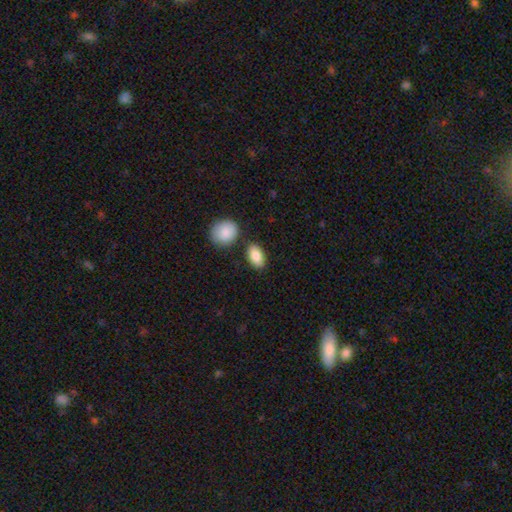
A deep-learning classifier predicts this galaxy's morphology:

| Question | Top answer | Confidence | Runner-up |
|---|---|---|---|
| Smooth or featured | smooth | 86% | featured or disk (8%) |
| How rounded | in between | 91% | round (6%) |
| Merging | none | 79% | minor disturbance (11%) |